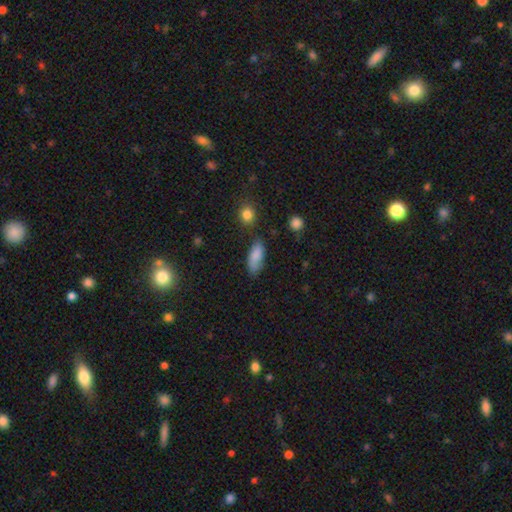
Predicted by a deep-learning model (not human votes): Overall: smooth (82%). How rounded: in between (85%). Merging: none (64%; minor disturbance 25%).